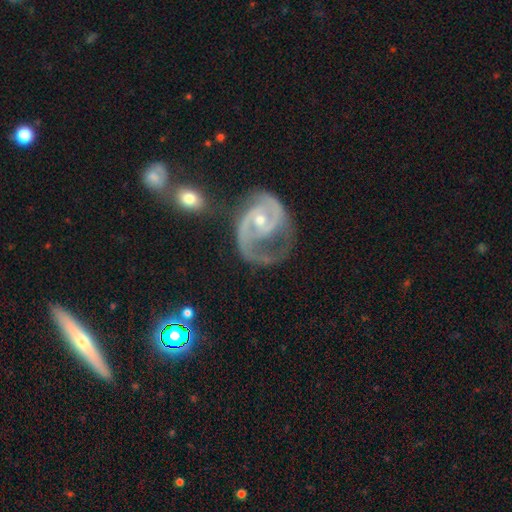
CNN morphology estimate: Q: Smooth or featured?
A: featured or disk (89%); runner-up: star or artifact (6%)
Q: Edge-on disk?
A: no (98%); runner-up: yes (2%)
Q: Bar?
A: no (49%); runner-up: weak (35%)
Q: Spiral arms?
A: yes (96%); runner-up: no (4%)
Q: Spiral winding?
A: medium (52%); runner-up: tight (31%)
Q: Spiral arm count?
A: 2 (70%); runner-up: 1 (14%)
Q: Bulge size?
A: small (60%); runner-up: moderate (37%)
Q: Merging?
A: none (45%); runner-up: major disturbance (26%)